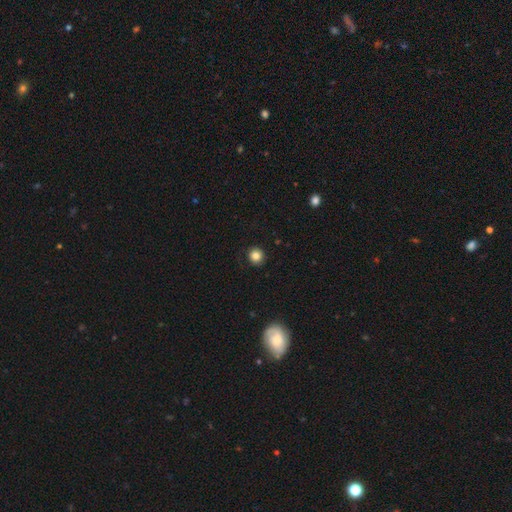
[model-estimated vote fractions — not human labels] smooth 83%, star or artifact 11%, featured or disk 5%. Down the decision tree: how rounded — round (93%); merging — none (89%).